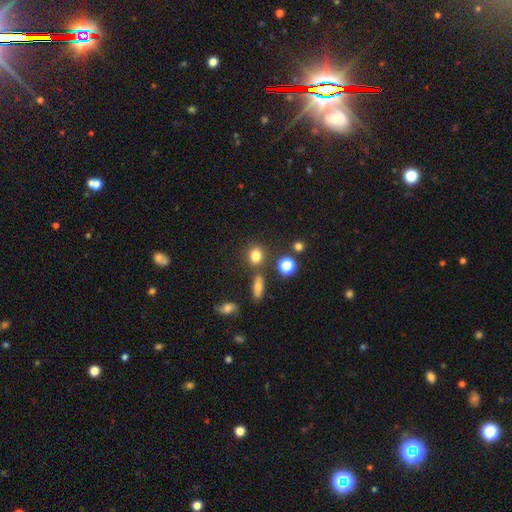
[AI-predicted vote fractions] Q: Smooth or featured?
A: smooth (79%); runner-up: star or artifact (13%)
Q: How rounded?
A: round (61%); runner-up: in between (38%)
Q: Merging?
A: none (75%); runner-up: minor disturbance (11%)